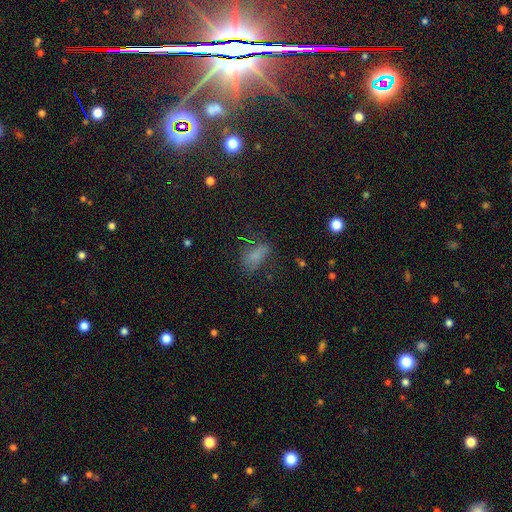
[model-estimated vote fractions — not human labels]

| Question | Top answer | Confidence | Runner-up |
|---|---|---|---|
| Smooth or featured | smooth | 69% | star or artifact (19%) |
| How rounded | in between | 85% | round (8%) |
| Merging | none | 53% | minor disturbance (25%) |